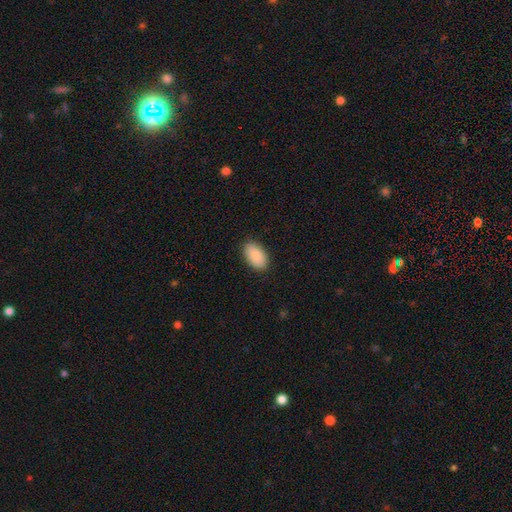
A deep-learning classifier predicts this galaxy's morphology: Q: Smooth or featured?
A: smooth (89%); runner-up: star or artifact (6%)
Q: How rounded?
A: in between (94%); runner-up: round (4%)
Q: Merging?
A: none (88%); runner-up: minor disturbance (9%)